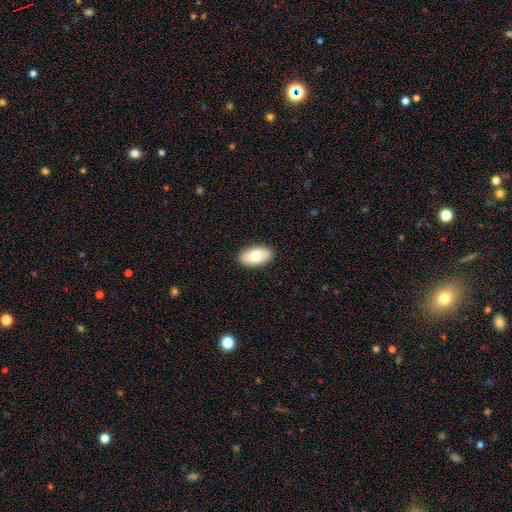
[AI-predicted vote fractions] Overall: smooth (73%). How rounded: in between (94%). Merging: none (89%).